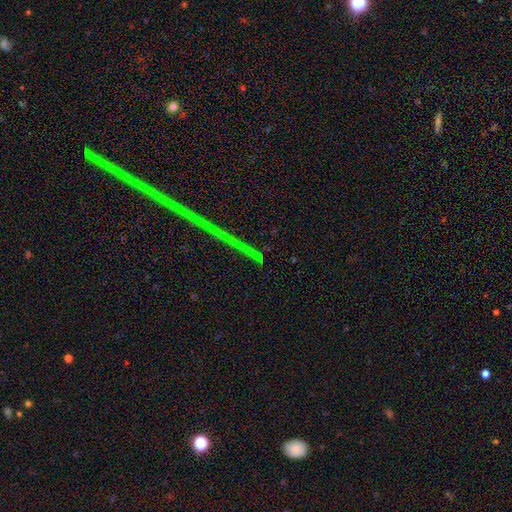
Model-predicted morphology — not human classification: Smooth or featured? star or artifact (76%)